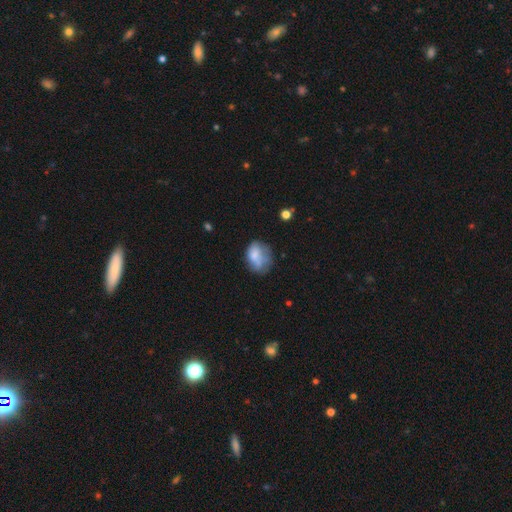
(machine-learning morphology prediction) Smooth or featured: smooth — 67% (featured or disk — 24%)
How rounded: in between — 67% (round — 31%)
Merging: none — 38% (minor disturbance — 31%)